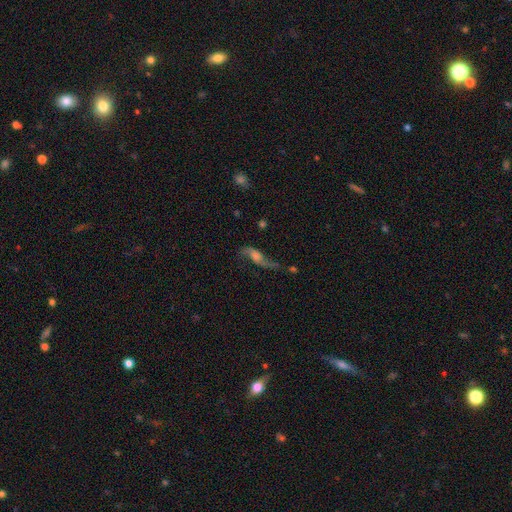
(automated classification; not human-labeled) This is likely a featured or disk galaxy (75%). It is clearly not viewed edge-on (81%). Bar: possibly no (58%). Spiral arm pattern: clearly yes (92%). Spiral arm count: clearly 2 (90%). Spiral winding: clearly loose (88%). Central bulge: marginally moderate (36%). Merging: likely none (61%).